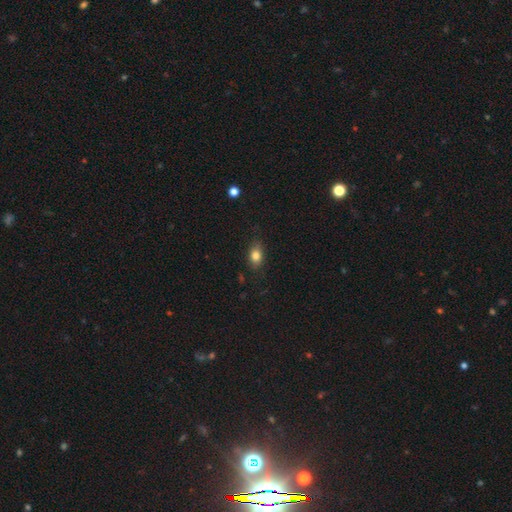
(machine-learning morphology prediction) This is clearly a smooth galaxy (82%). How rounded: likely in between (77%). Merging: likely none (80%).